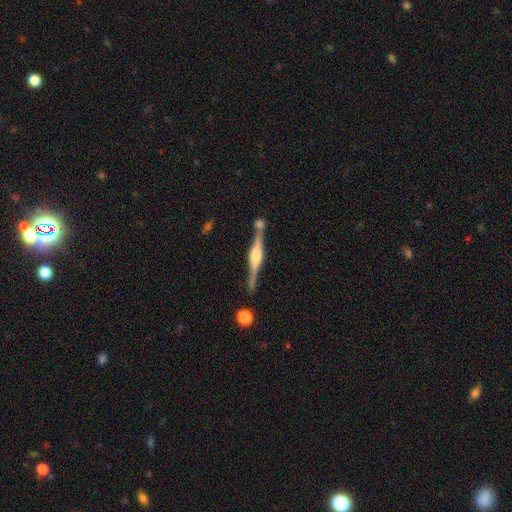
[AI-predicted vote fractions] smooth-or-featured: featured or disk: 84% | smooth: 11% | star or artifact: 5%
  disk-edge-on: yes: 98% | no: 2%
    edge-on-bulge: rounded: 69% | boxy: 27% | none: 4%
  merging: none: 80% | minor disturbance: 10% | merger: 7% | major disturbance: 2%